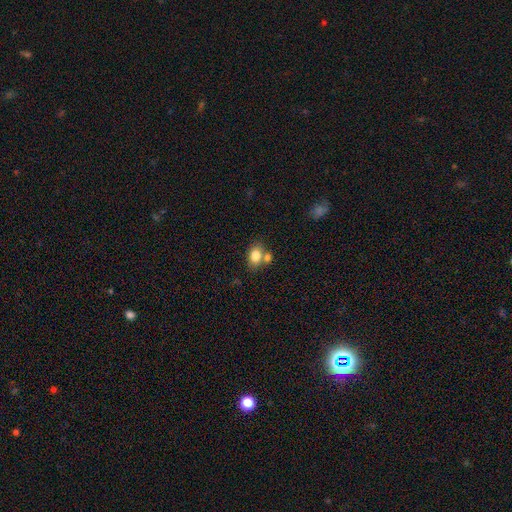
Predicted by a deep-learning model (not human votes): This appears to be a smooth galaxy with no disk features (82%) that is in between round and cigar-shaped (70%). Merging: none (55%).